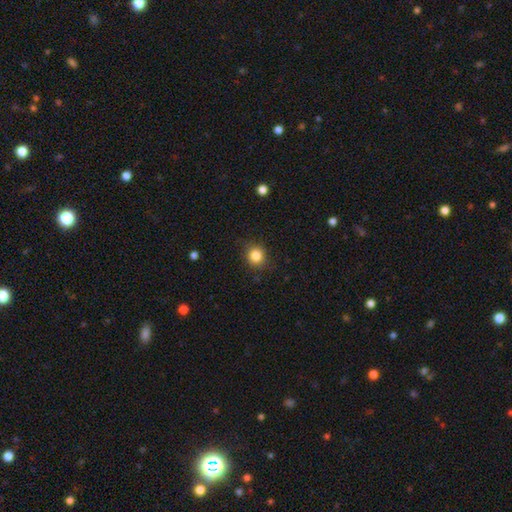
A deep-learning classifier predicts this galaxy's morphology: A smooth galaxy with no disk features (84%) that is round (87%).

Vote fractions:
- Smooth or featured? smooth: 84% / star or artifact: 11% / featured or disk: 5%
- How rounded? round: 87% / in between: 12% / cigar-shaped: 1%
- Merging? none: 87% / minor disturbance: 9% / major disturbance: 2% / merger: 1%